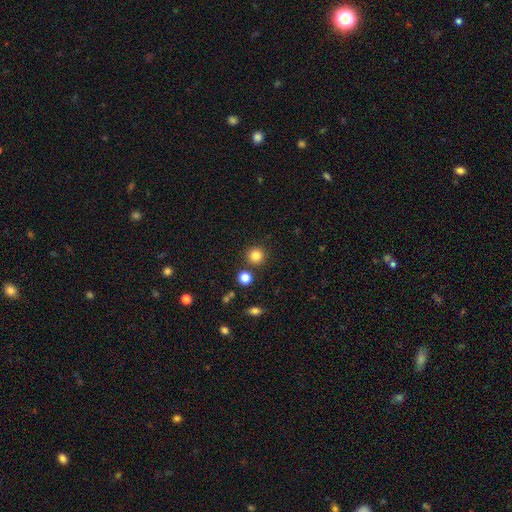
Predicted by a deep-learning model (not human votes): smooth 83%, star or artifact 12%, featured or disk 5%. Down the decision tree: how rounded — round (94%); merging — none (85%).